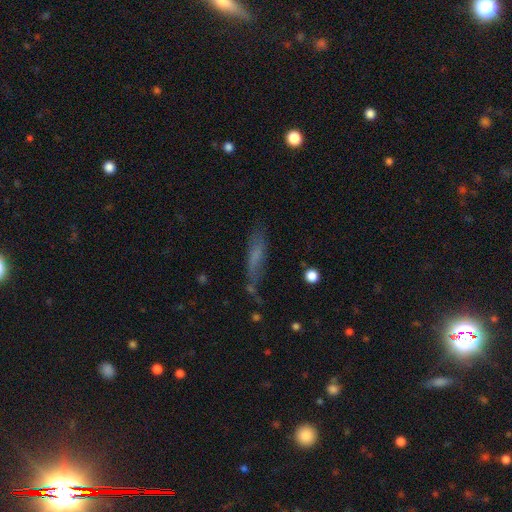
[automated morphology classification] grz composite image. It shows a smooth galaxy with no disk features (59%) that is cigar-shaped (73%). Merging: none (58%).